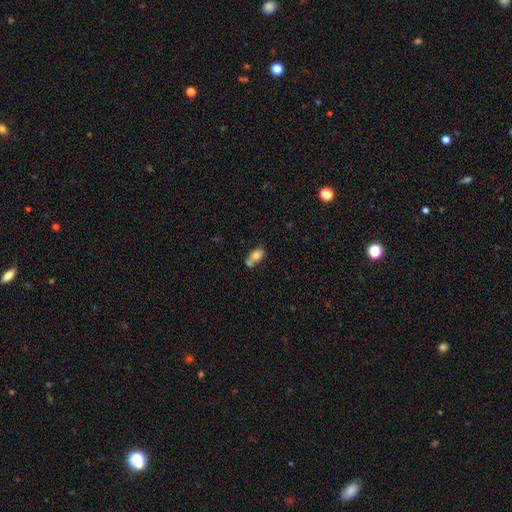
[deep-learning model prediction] Q: Smooth or featured?
A: smooth (73%); runner-up: featured or disk (19%)
Q: How rounded?
A: in between (87%); runner-up: round (7%)
Q: Merging?
A: none (41%); runner-up: merger (34%)